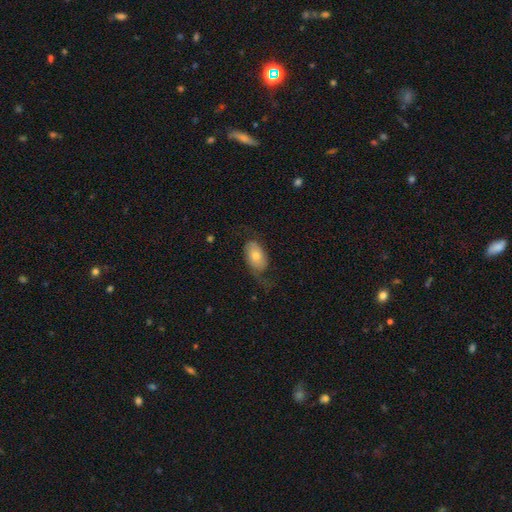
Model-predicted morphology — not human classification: type=smooth (58%); roundness=in between (90%); merging=none (47%).